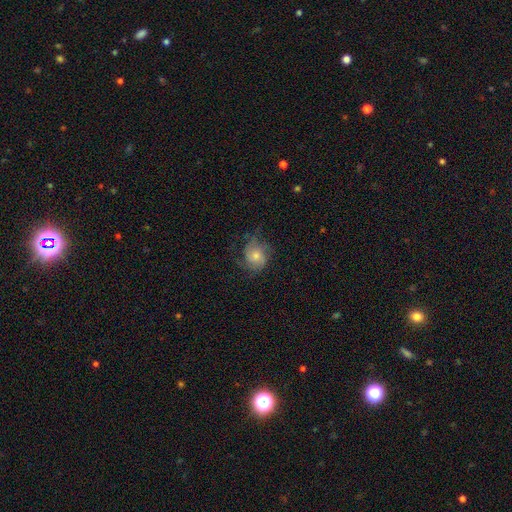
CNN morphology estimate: Smooth or featured? Predicted: smooth (p=0.49). Merging? Predicted: none (p=0.51).